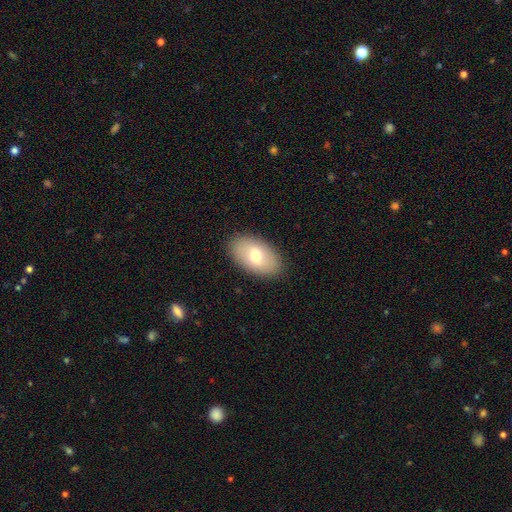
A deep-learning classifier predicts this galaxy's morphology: This is likely a smooth galaxy (70%). How rounded: clearly in between (92%). Merging: clearly none (88%).